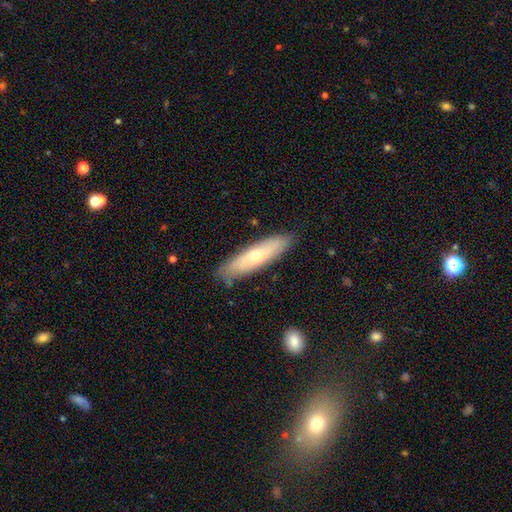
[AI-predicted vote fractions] This is possibly a smooth galaxy (54%). How rounded: likely cigar-shaped (67%). Merging: clearly none (83%).